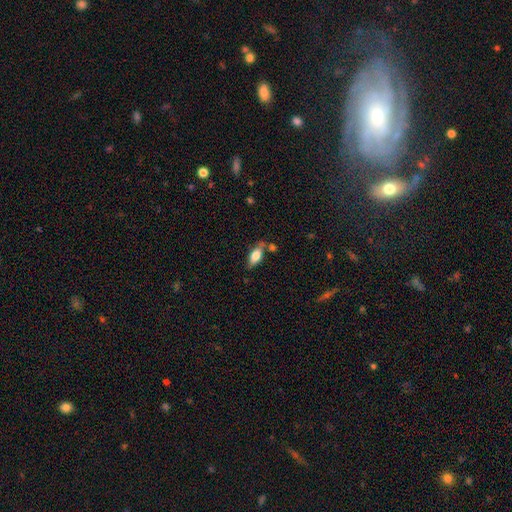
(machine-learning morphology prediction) smooth-or-featured: smooth: 66% | featured or disk: 27% | star or artifact: 7%
  how-rounded: in between: 79% | cigar-shaped: 17% | round: 3%
  merging: none: 68% | minor disturbance: 18% | merger: 10% | major disturbance: 4%